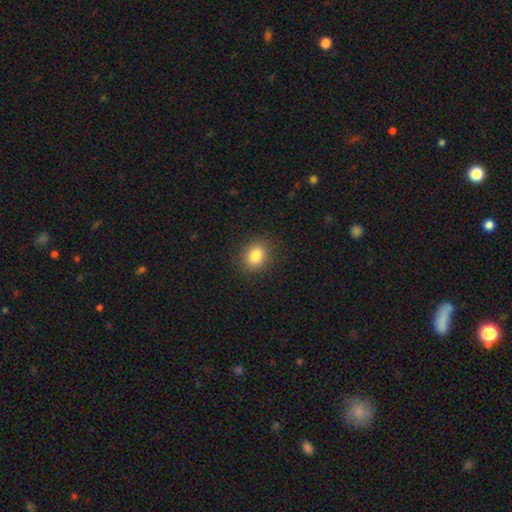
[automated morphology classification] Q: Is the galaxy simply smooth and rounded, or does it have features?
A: smooth — 83%.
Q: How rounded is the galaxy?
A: round — 62%.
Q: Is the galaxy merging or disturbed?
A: none — 88%.